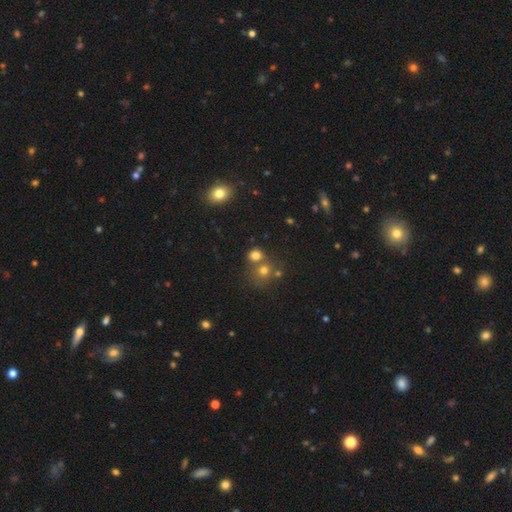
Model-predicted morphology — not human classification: smooth 74%, star or artifact 17%, featured or disk 9%. Down the decision tree: how rounded — round (78%); merging — none (57%).